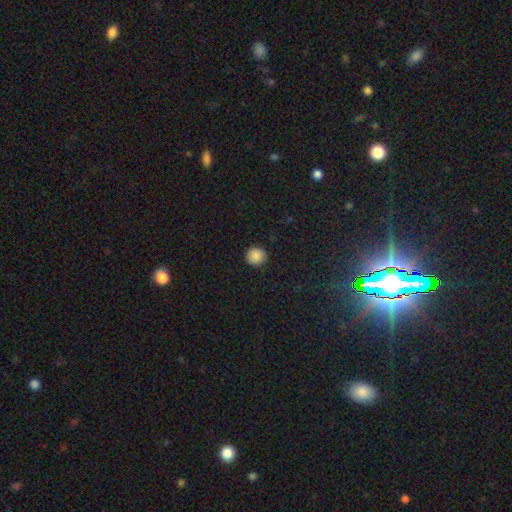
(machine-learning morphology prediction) Smooth or featured? Predicted: smooth (p=0.88). How rounded? Predicted: round (p=0.93). Merging? Predicted: none (p=0.92).